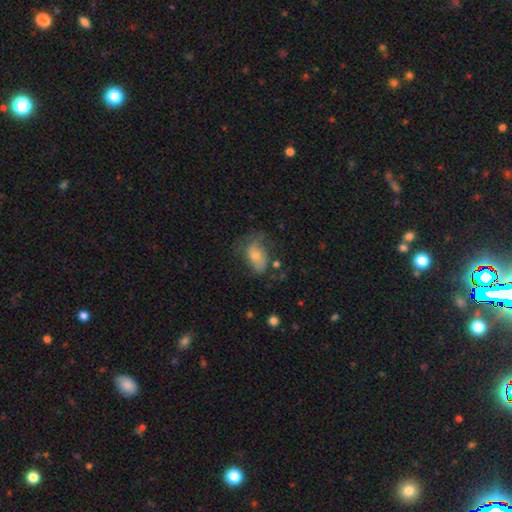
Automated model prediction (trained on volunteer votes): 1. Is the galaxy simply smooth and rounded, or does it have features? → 55% smooth, 35% featured or disk, 10% star or artifact.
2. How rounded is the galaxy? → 85% in between, 13% round, 2% cigar-shaped.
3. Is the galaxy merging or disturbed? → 48% none, 28% minor disturbance, 20% major disturbance, 3% merger.